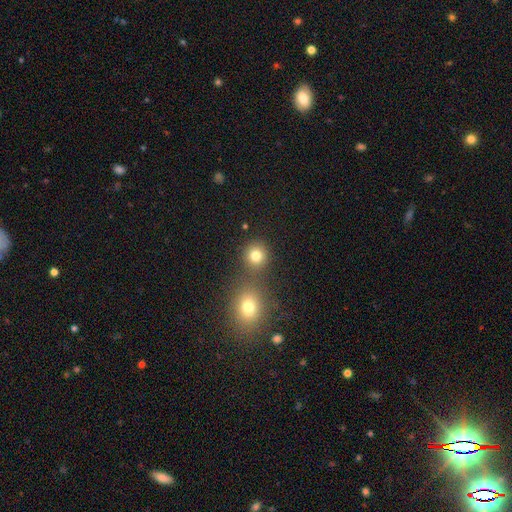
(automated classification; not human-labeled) smooth-or-featured: smooth: 79% | star or artifact: 15% | featured or disk: 6%
  how-rounded: round: 89% | in between: 10% | cigar-shaped: 1%
  merging: none: 72% | merger: 19% | minor disturbance: 6% | major disturbance: 3%